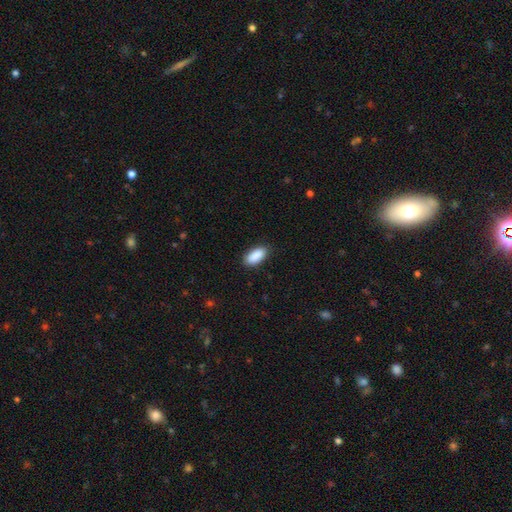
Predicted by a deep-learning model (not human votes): smooth_or_featured: smooth (p=0.91) [alt: star or artifact p=0.06]
how_rounded: in between (p=0.91) [alt: cigar-shaped p=0.07]
merging: none (p=0.88) [alt: minor disturbance p=0.09]